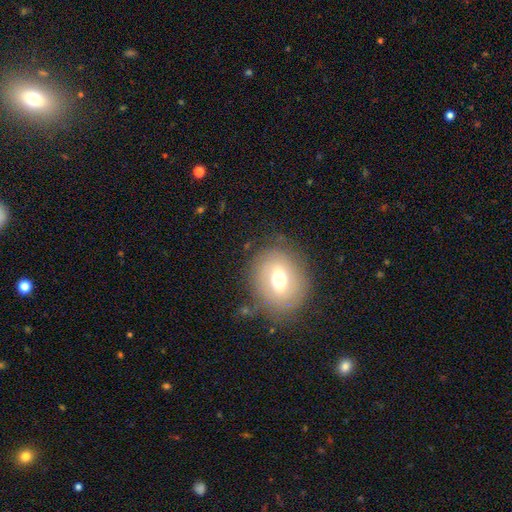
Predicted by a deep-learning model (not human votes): Smooth or featured?
  - smooth: 51% *
  - featured or disk: 36%
  - star or artifact: 14%
How rounded?
  - round: 56% *
  - in between: 43%
  - cigar-shaped: 1%
Merging?
  - none: 81% *
  - minor disturbance: 12%
  - major disturbance: 4%
  - merger: 2%